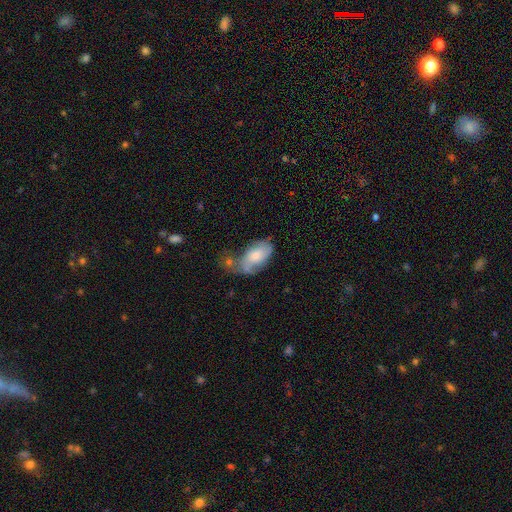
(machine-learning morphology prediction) A smooth galaxy with no disk features (53%) that is in between round and cigar-shaped (92%). Merging: none (31%).